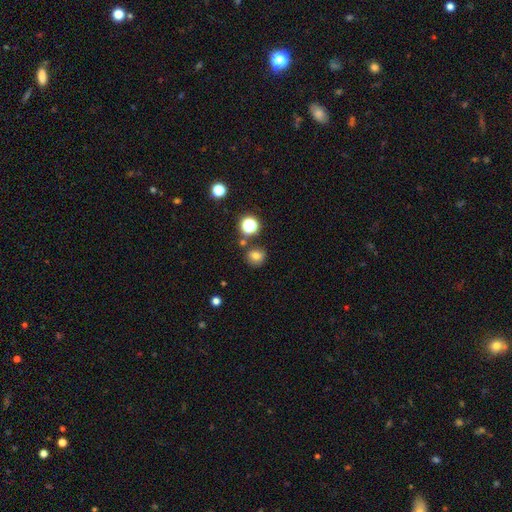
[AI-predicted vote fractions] A smooth galaxy with no disk features (74%) that is round (81%).

Vote fractions:
- Smooth or featured? smooth: 74% / star or artifact: 18% / featured or disk: 8%
- How rounded? round: 81% / in between: 18% / cigar-shaped: 1%
- Merging? none: 79% / minor disturbance: 10% / merger: 7% / major disturbance: 3%